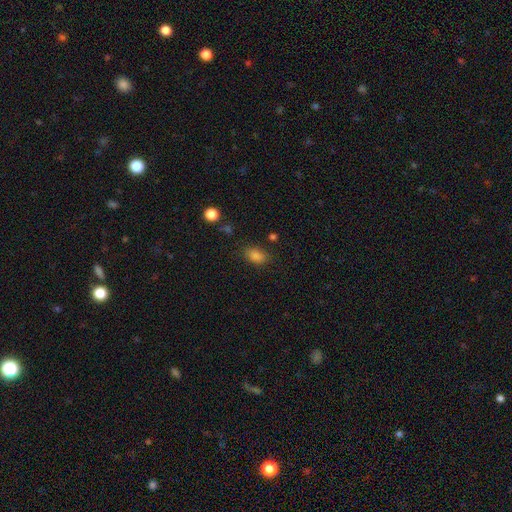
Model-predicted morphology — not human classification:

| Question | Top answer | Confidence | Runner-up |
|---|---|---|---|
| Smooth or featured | smooth | 84% | star or artifact (12%) |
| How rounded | in between | 85% | round (13%) |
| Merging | none | 80% | minor disturbance (14%) |